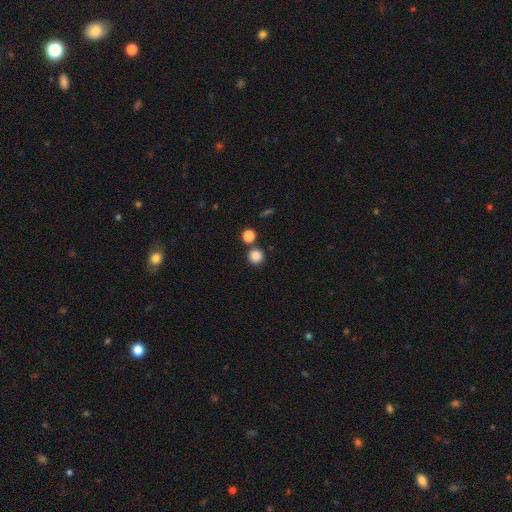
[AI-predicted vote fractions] Smooth or featured? smooth (85%)
How rounded? round (93%)
Merging? none (79%)